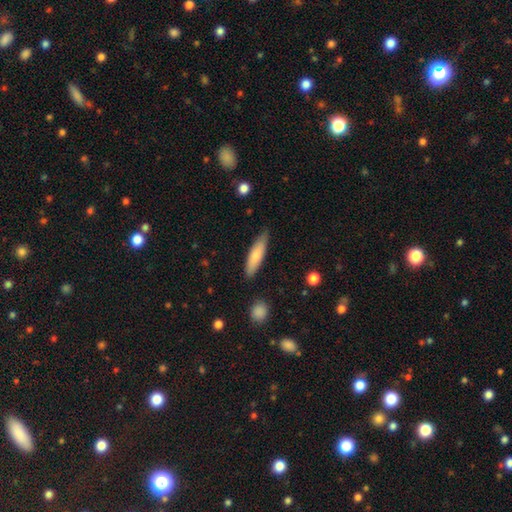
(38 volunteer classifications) smooth 76%, featured or disk 18%, star or artifact 5%. Down the decision tree: how rounded — cigar-shaped (83%); merging — none (67%).